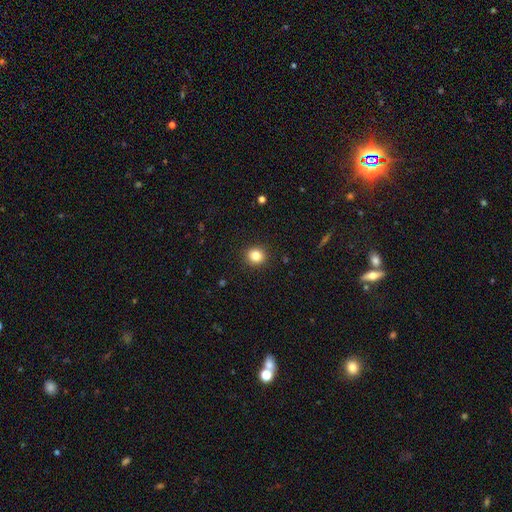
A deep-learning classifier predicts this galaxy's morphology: A smooth galaxy with no disk features (84%) that is round (87%). Merging: none (92%).